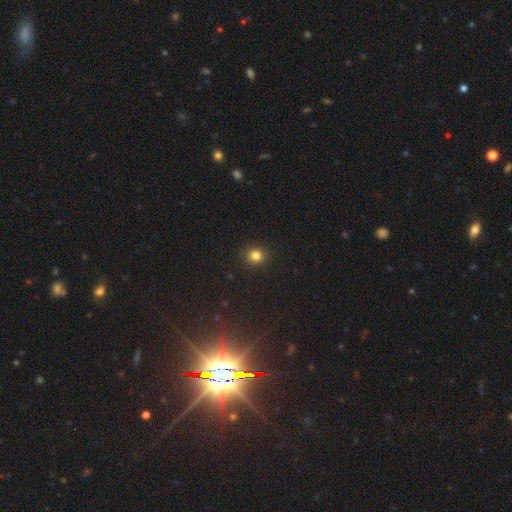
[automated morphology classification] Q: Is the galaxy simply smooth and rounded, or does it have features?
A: smooth — 82%.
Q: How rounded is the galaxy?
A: round — 90%.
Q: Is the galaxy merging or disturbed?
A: none — 91%.